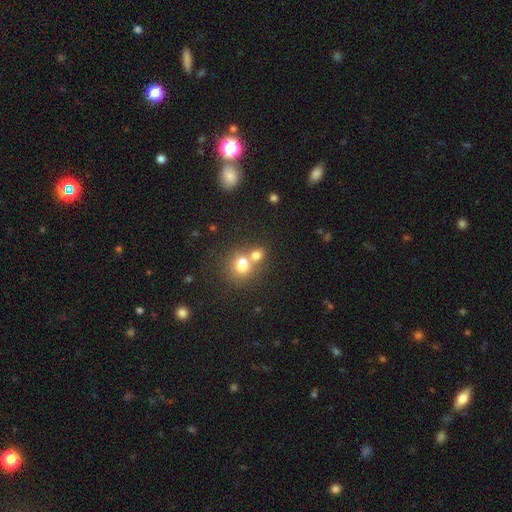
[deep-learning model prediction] The model was most divided on "merging": none: 46%, merger: 42%, minor disturbance: 8%, major disturbance: 4%. More confident: how rounded — round (73%); smooth or featured — smooth (69%).